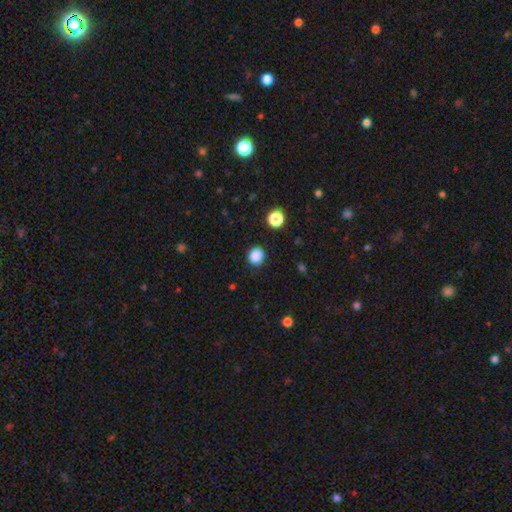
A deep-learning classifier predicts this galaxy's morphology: smooth-or-featured: smooth: 86% | star or artifact: 11% | featured or disk: 3%
  how-rounded: round: 84% | in between: 15% | cigar-shaped: 1%
  merging: none: 87% | minor disturbance: 9% | major disturbance: 3% | merger: 2%